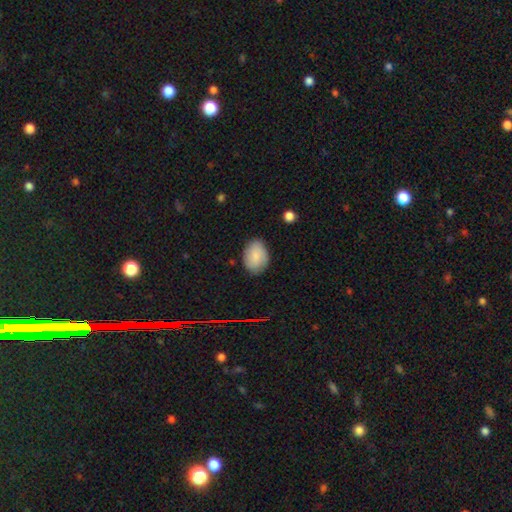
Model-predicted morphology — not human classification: The model was most divided on "merging": none: 79%, minor disturbance: 17%, major disturbance: 3%, merger: 1%. More confident: how rounded — in between (81%); smooth or featured — smooth (80%).